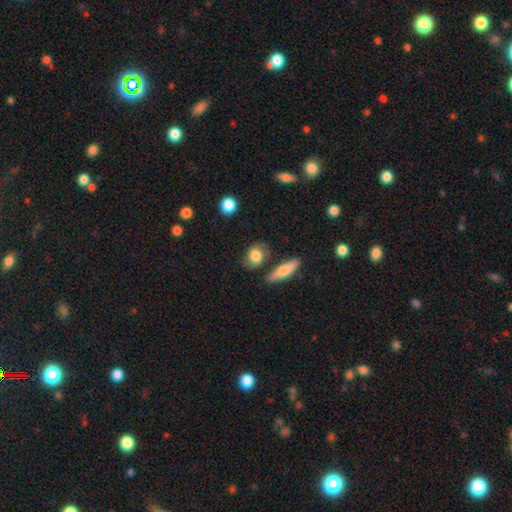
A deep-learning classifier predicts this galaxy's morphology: Q: Smooth or featured?
A: smooth (73%); runner-up: featured or disk (20%)
Q: How rounded?
A: in between (61%); runner-up: round (34%)
Q: Merging?
A: none (65%); runner-up: minor disturbance (20%)